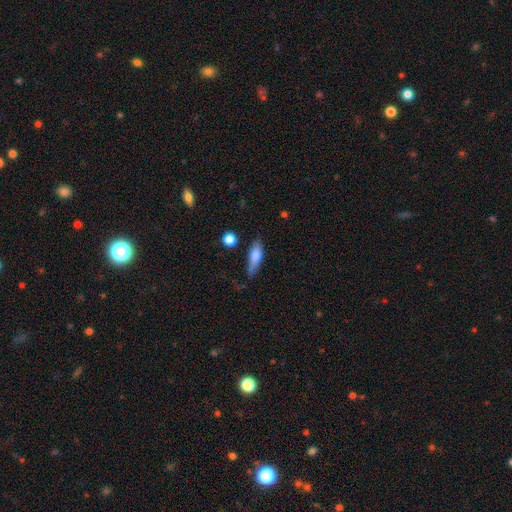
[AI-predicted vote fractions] smooth 68%, featured or disk 25%, star or artifact 7%. Down the decision tree: how rounded — cigar-shaped (49%); merging — none (65%).